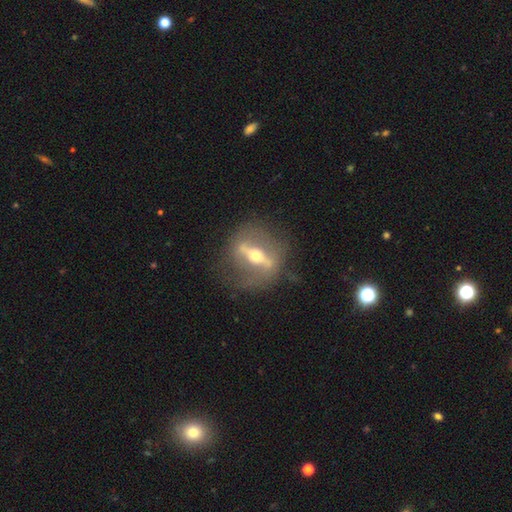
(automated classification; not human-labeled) A featured or disk galaxy (80%).

Vote fractions:
- Smooth or featured? featured or disk: 80% / smooth: 13% / star or artifact: 7%
- Edge-on disk? no: 62% / yes: 38%
- Merging? none: 73% / minor disturbance: 14% / major disturbance: 11% / merger: 2%